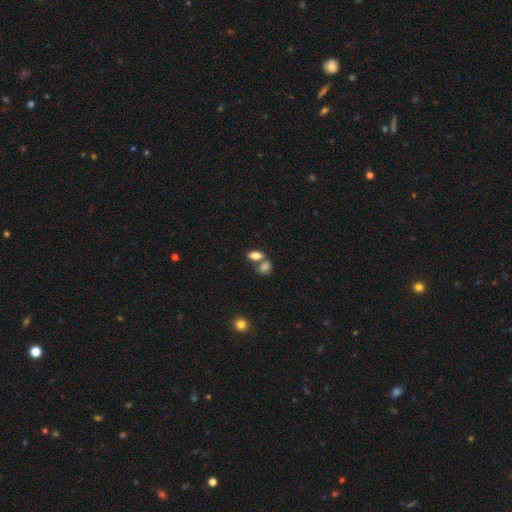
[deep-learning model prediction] Smooth or featured: smooth — 81% (featured or disk — 10%)
How rounded: in between — 87% (round — 9%)
Merging: none — 43% (tied with merger — 43%)